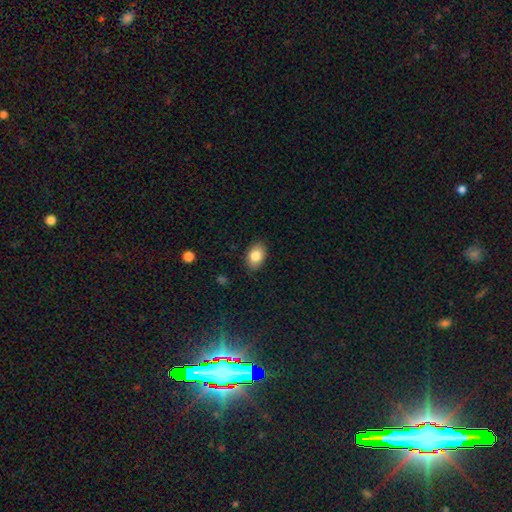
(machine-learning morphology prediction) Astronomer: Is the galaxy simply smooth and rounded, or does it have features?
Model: smooth — 83%.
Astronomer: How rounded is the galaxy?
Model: in between — 83%.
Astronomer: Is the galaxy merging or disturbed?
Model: none — 87%.